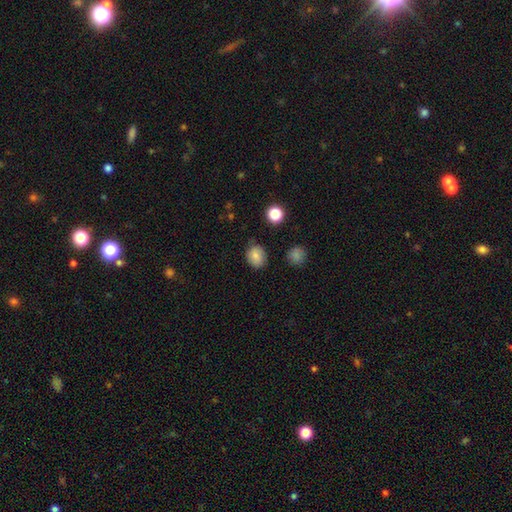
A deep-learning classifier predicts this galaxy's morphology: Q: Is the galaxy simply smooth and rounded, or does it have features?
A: smooth — 81%.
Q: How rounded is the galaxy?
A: round — 54%.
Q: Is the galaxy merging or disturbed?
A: none — 76%.